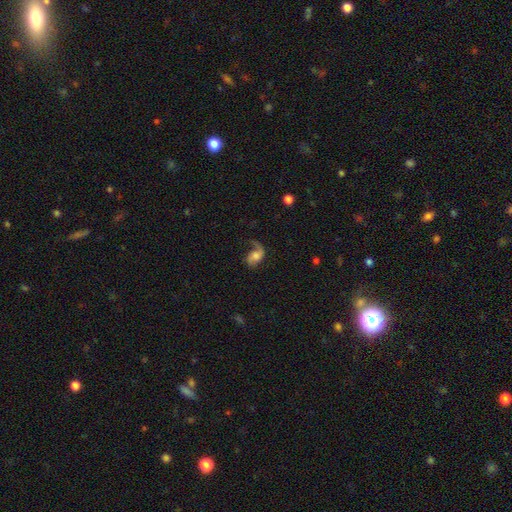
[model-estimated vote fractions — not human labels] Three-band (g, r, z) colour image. It shows a featured or disk galaxy (70%) with no bar (62%), 2 (60%) loose (64%) spiral arms (93%) and a moderate central bulge (40%). Merging: none (51%).